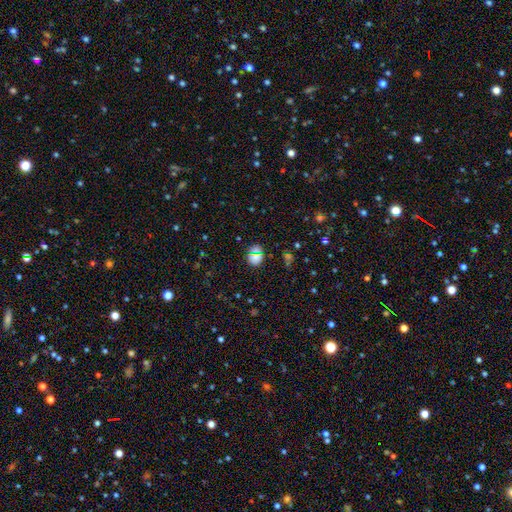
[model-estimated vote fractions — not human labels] Overall: smooth (53%; star or artifact 39%). How rounded: round (80%). Merging: none (81%).